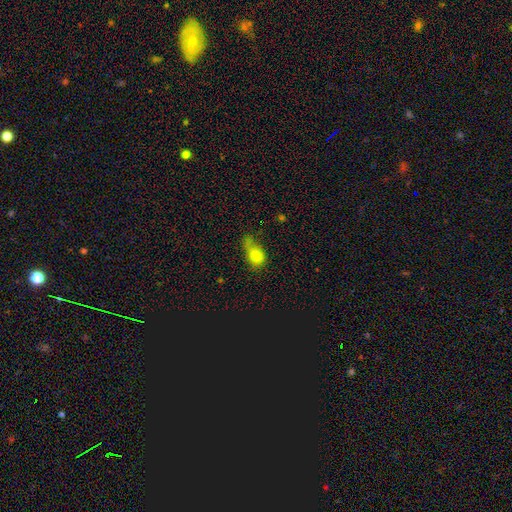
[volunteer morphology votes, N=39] Volunteers were most divided on "merging": major disturbance: 36%, merger: 28%, none: 19%, minor disturbance: 17%. More confident: smooth or featured — smooth (85%); how rounded — round (70%).